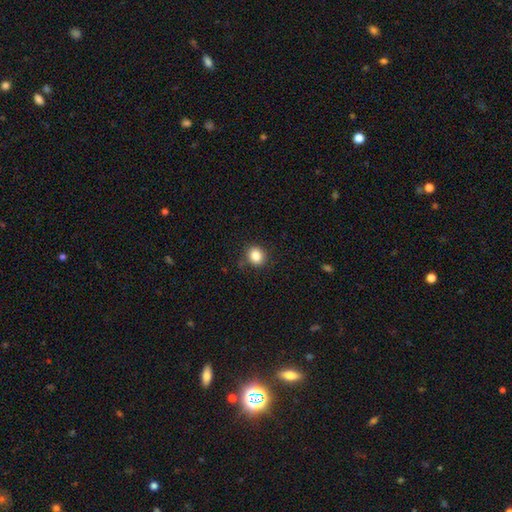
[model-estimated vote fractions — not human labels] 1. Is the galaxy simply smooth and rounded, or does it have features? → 85% smooth, 10% star or artifact, 5% featured or disk.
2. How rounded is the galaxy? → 70% round, 29% in between, 1% cigar-shaped.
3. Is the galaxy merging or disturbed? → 87% none, 9% minor disturbance, 3% major disturbance, 2% merger.